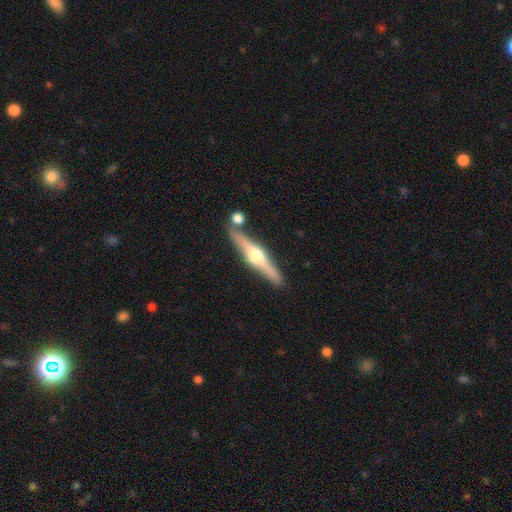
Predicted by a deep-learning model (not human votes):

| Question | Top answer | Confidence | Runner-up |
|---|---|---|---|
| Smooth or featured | featured or disk | 74% | smooth (21%) |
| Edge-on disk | yes | 97% | no (3%) |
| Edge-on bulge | rounded | 93% | boxy (4%) |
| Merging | none | 80% | minor disturbance (10%) |